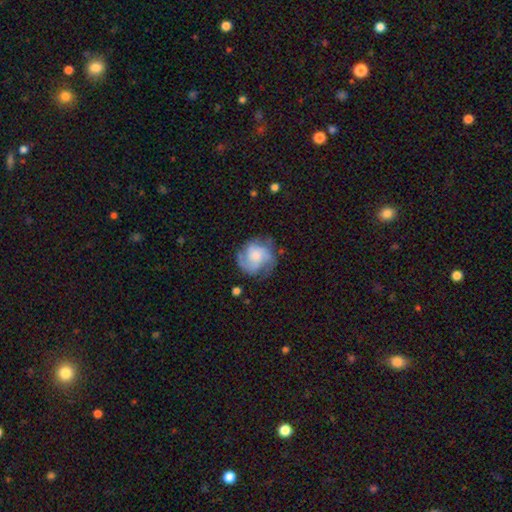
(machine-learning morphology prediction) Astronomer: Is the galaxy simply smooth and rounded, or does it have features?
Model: featured or disk — 68%.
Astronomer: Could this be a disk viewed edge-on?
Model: no — 98%.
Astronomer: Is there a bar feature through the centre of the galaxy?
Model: no — 74%.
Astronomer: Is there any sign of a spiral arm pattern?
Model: yes — 91%.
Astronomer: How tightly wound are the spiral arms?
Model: medium — 45% (runner-up: tight, 36%).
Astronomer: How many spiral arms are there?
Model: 3 — 39% (runner-up: 2, 22%).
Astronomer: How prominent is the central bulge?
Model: small — 36%, tied with moderate at 36%.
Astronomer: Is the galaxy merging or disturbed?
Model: none — 65%.